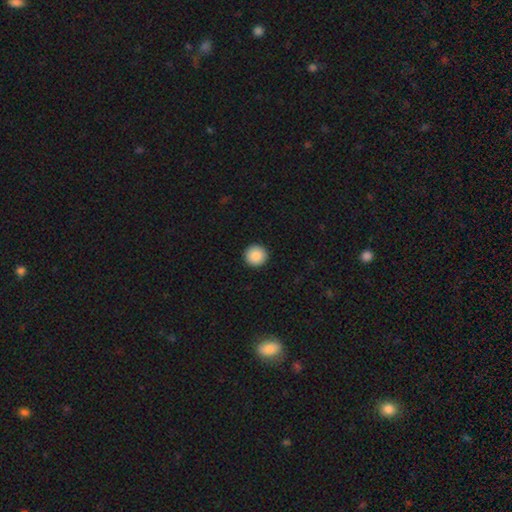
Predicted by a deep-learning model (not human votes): smooth-or-featured: smooth: 89% | star or artifact: 8% | featured or disk: 4%
  how-rounded: round: 96% | in between: 3% | cigar-shaped: 1%
  merging: none: 94% | minor disturbance: 4% | major disturbance: 1% | merger: 1%